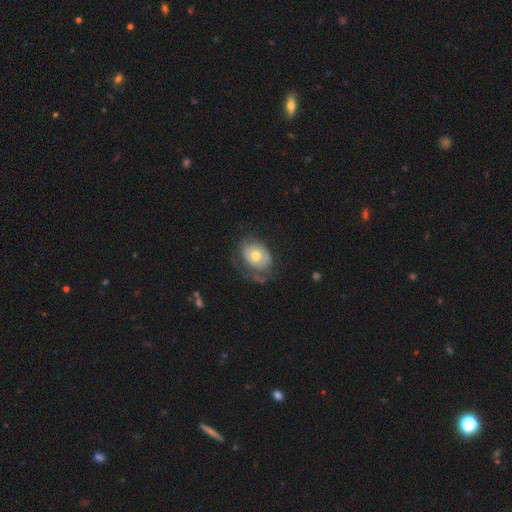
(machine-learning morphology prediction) The model was most divided on "smooth or featured": featured or disk: 48%, smooth: 45%, star or artifact: 7%. Remaining: merging — none (44%).